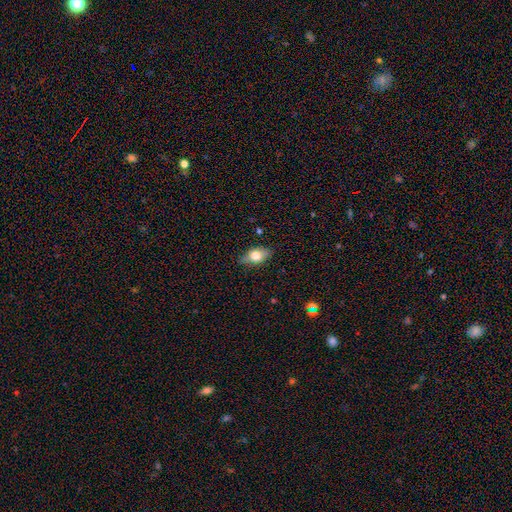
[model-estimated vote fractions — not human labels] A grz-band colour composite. It shows a smooth galaxy with no disk features (69%) that is in between round and cigar-shaped (81%). Merging: none (76%).